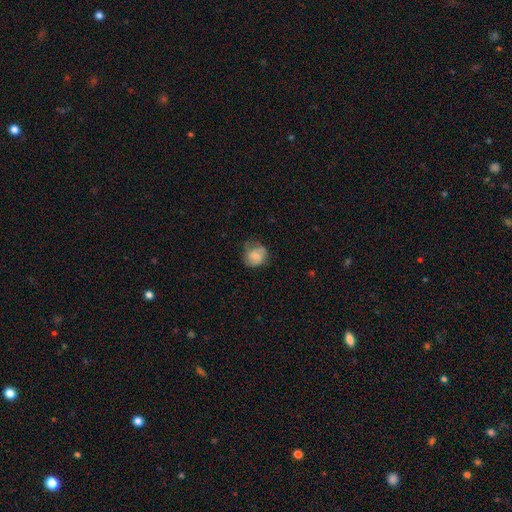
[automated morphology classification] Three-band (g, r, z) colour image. It shows a smooth galaxy with no disk features (56%) that is round (72%). Merging: none (55%).